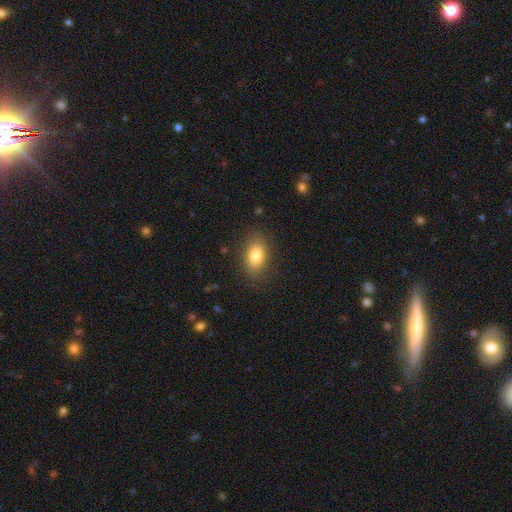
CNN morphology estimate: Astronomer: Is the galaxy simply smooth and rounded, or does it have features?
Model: smooth — 81%.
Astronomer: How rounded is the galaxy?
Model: in between — 87%.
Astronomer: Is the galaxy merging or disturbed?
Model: none — 84%.